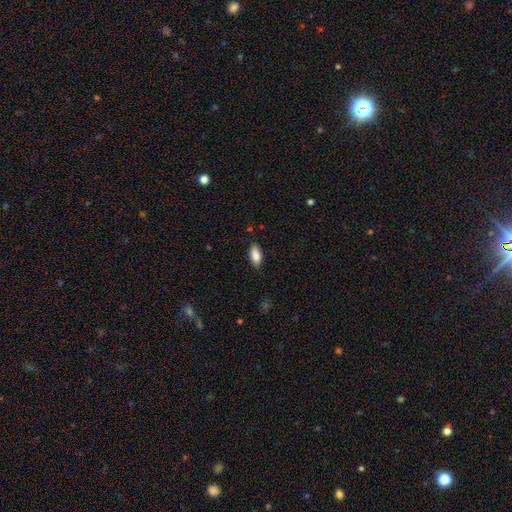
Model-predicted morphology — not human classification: The model was most divided on "merging": none: 85%, minor disturbance: 11%, major disturbance: 2%, merger: 1%. More confident: how rounded — in between (90%); smooth or featured — smooth (86%).